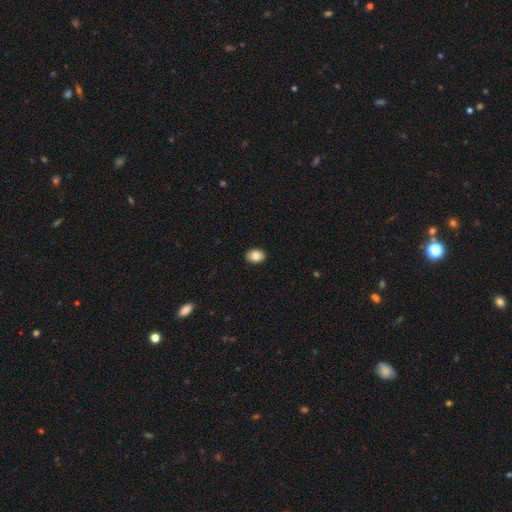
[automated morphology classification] A smooth galaxy with no disk features (84%) that is in between round and cigar-shaped (66%). Merging: none (89%).